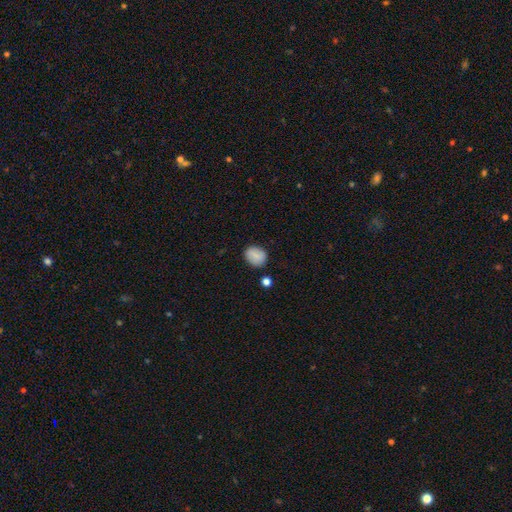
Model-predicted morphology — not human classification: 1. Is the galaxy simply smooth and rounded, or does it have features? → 82% smooth, 10% featured or disk, 8% star or artifact.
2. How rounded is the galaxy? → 53% in between, 46% round, 1% cigar-shaped.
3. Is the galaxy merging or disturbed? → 81% none, 12% minor disturbance, 3% merger, 3% major disturbance.